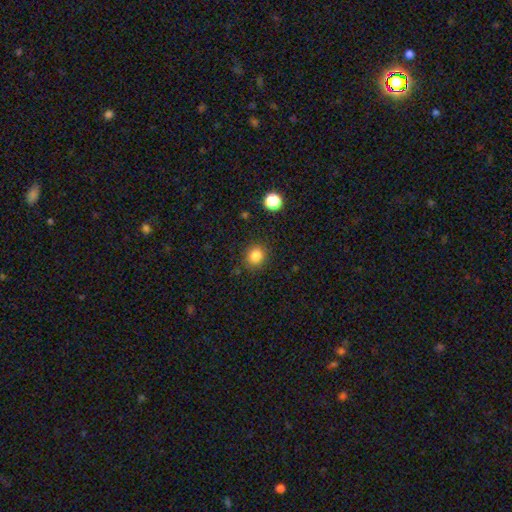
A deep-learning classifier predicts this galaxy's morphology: Overall: smooth (84%). How rounded: round (80%). Merging: none (86%).